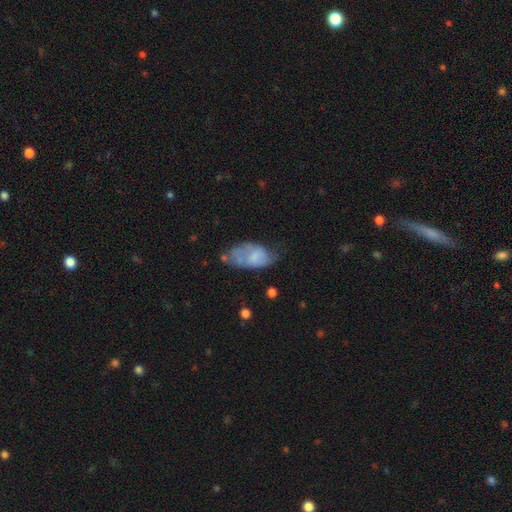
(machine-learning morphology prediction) Smooth or featured? Predicted: smooth (p=0.54). How rounded? Predicted: in between (p=0.92). Merging? Predicted: none (p=0.35).